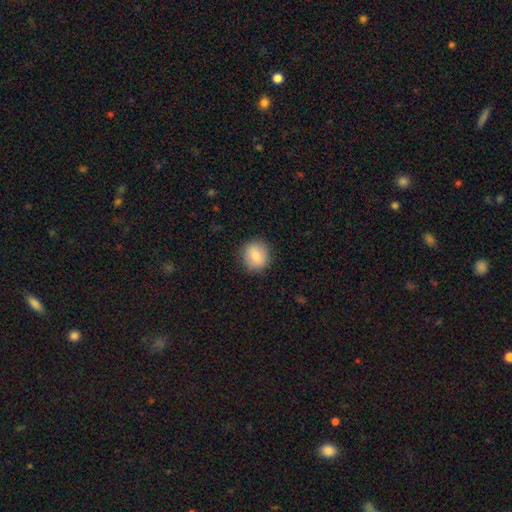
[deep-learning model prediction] Smooth or featured: smooth — 81% (featured or disk — 10%)
How rounded: round — 87% (in between — 12%)
Merging: none — 89% (minor disturbance — 8%)